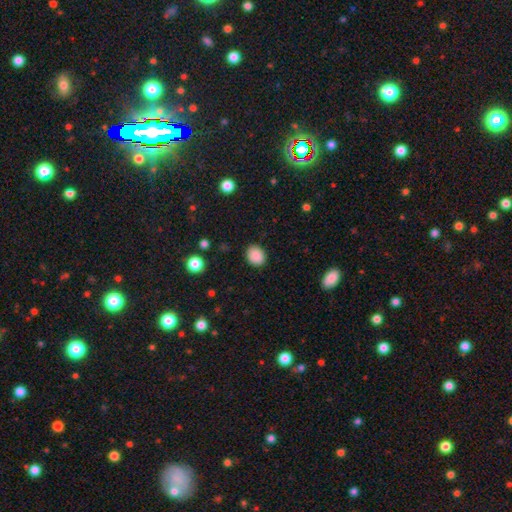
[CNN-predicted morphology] type=smooth (88%); roundness=round (57%); merging=none (88%).